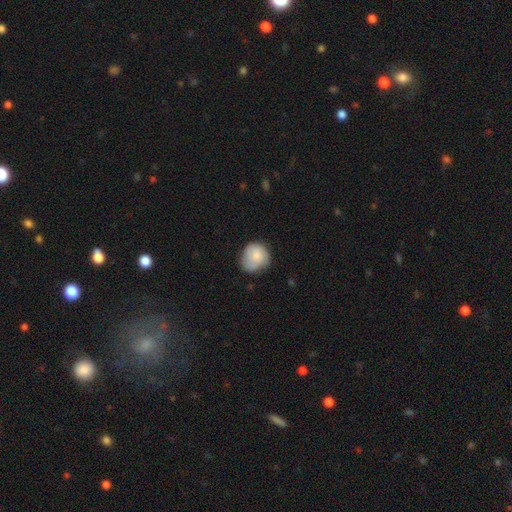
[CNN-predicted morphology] Smooth or featured? Predicted: smooth (p=0.80). How rounded? Predicted: round (p=0.77). Merging? Predicted: none (p=0.59).